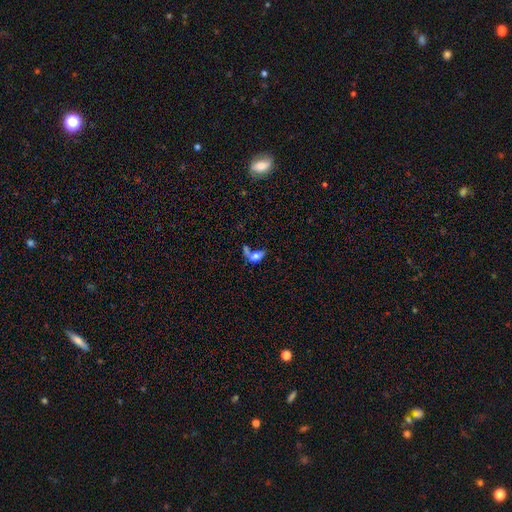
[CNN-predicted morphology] This is likely a smooth galaxy (66%). How rounded: likely in between (78%). Merging: marginally merger (41%).